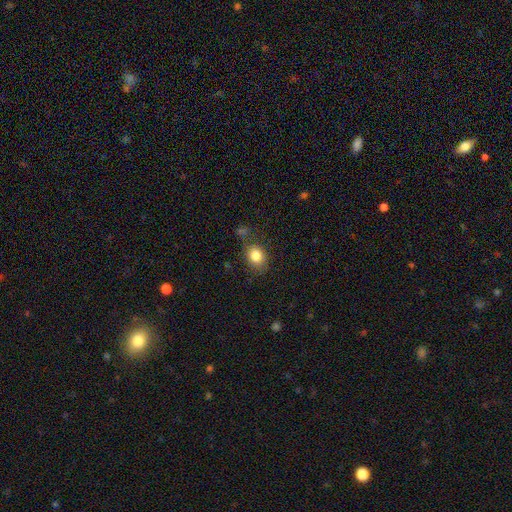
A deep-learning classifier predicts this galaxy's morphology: smooth_or_featured: smooth (p=0.82) [alt: star or artifact p=0.10]
how_rounded: round (p=0.56) [alt: in between p=0.43]
merging: none (p=0.73) [alt: minor disturbance p=0.16]